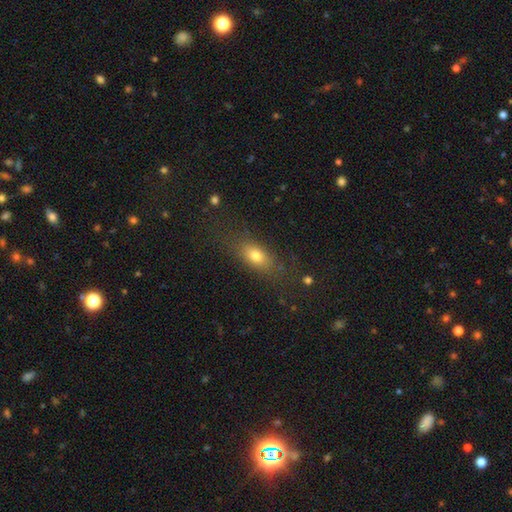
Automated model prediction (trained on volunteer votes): Morphology: type=smooth (75%); roundness=in between (74%); merging=none (75%).